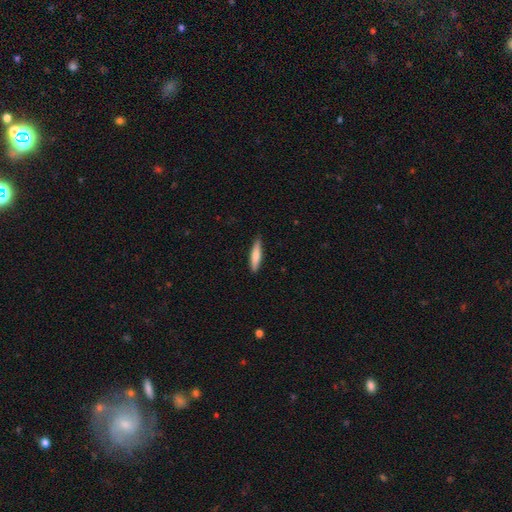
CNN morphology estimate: smooth-or-featured: smooth: 75% | featured or disk: 20% | star or artifact: 5%
  how-rounded: cigar-shaped: 81% | in between: 17% | round: 1%
  merging: none: 87% | minor disturbance: 10% | major disturbance: 2% | merger: 1%